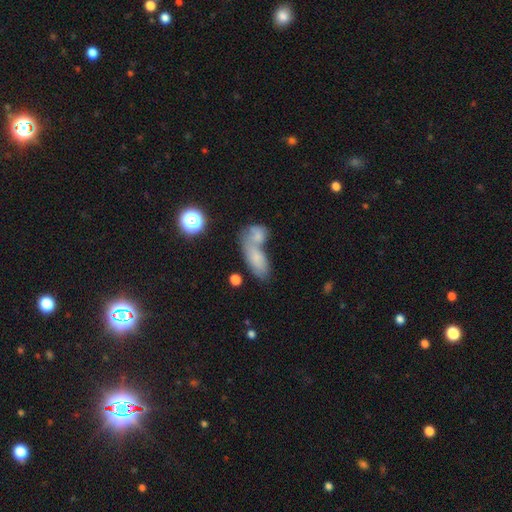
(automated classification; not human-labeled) Morphology: type=smooth (69%); roundness=in between (78%); merging=merger (54%).